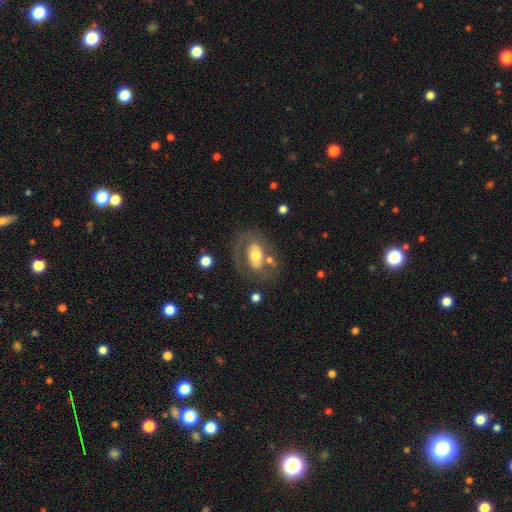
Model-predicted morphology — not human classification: The model was most divided on "smooth or featured": featured or disk: 55%, smooth: 38%, star or artifact: 7%. More confident: edge-on disk — no (93%); spiral arms — no (65%); bulge size — moderate (64%); bar — no (64%); merging — none (60%).